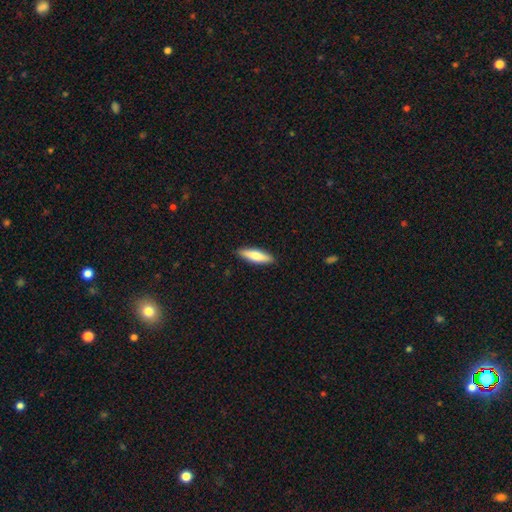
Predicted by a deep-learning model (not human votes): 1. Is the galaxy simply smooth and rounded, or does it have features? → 74% smooth, 20% featured or disk, 5% star or artifact.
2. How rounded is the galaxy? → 66% cigar-shaped, 32% in between, 2% round.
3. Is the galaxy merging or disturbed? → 90% none, 7% minor disturbance, 2% major disturbance, 1% merger.